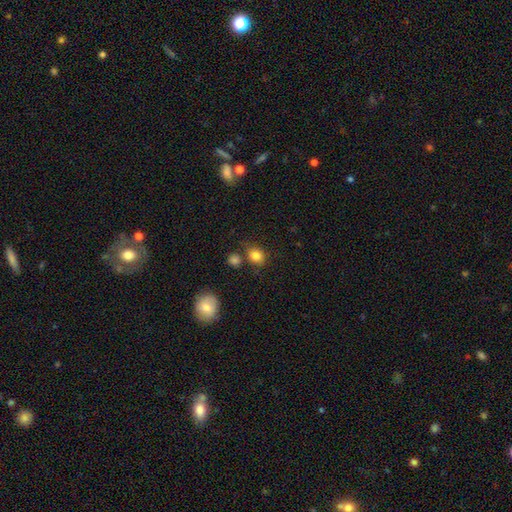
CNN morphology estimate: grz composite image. It shows a smooth galaxy with no disk features (83%) that is round (65%). Merging: none (72%).